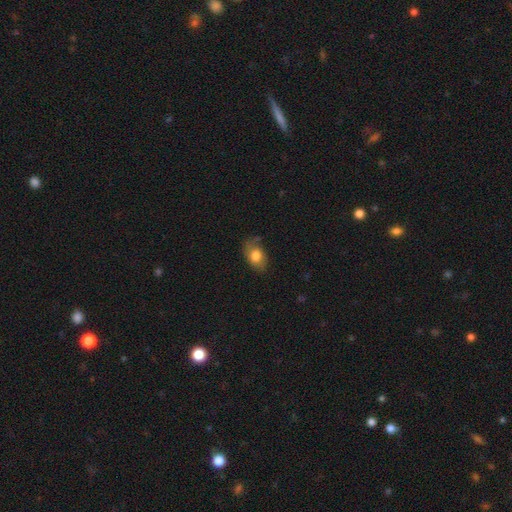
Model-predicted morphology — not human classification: This appears to be a smooth galaxy with no disk features (75%) that is in between round and cigar-shaped (84%). Merging: none (66%).